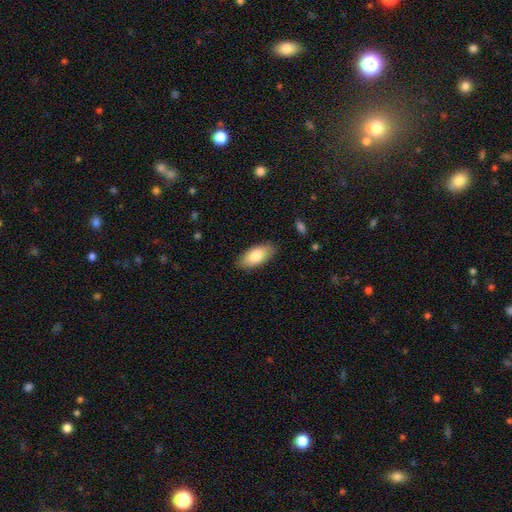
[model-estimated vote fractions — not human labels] A smooth galaxy with no disk features (83%) that is in between round and cigar-shaped (91%). Merging: none (86%).